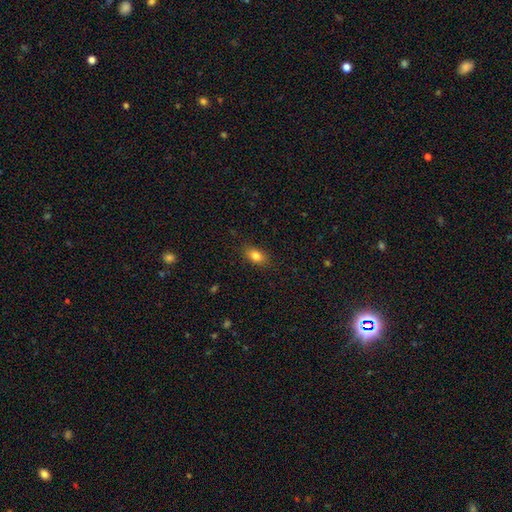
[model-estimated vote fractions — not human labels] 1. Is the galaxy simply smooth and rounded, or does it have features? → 83% smooth, 10% star or artifact, 7% featured or disk.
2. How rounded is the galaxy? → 82% in between, 15% round, 3% cigar-shaped.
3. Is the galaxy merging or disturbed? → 85% none, 11% minor disturbance, 3% major disturbance, 1% merger.